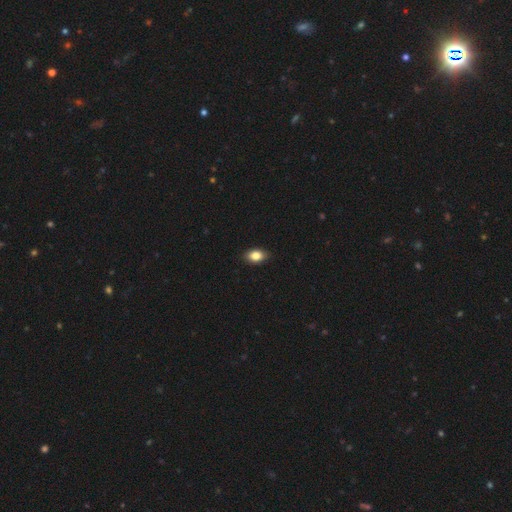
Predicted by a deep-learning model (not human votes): Overall: smooth (85%). How rounded: in between (85%). Merging: none (87%).